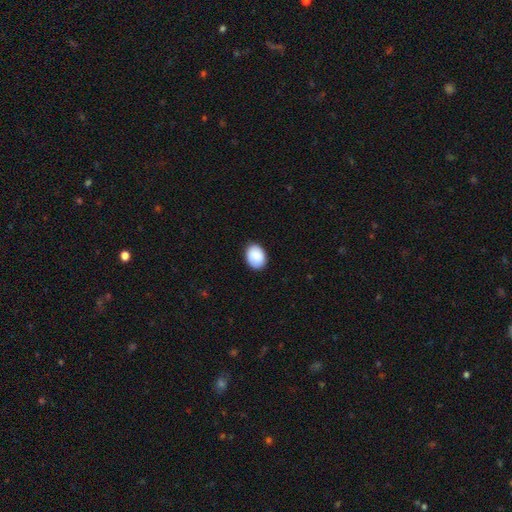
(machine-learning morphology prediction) type=smooth (90%); roundness=in between (67%); merging=none (87%).